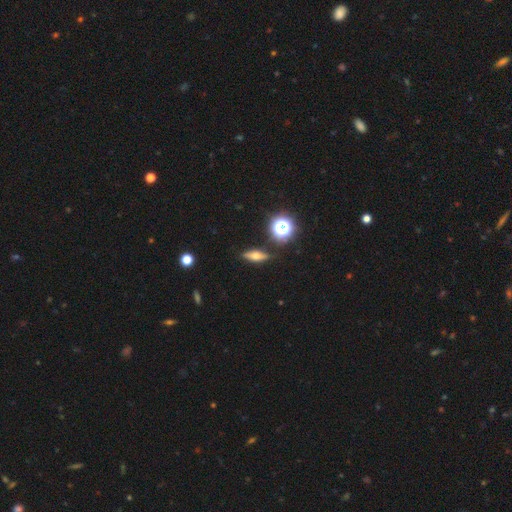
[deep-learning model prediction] Overall: smooth (47%; featured or disk 37%). Merging: none (83%).